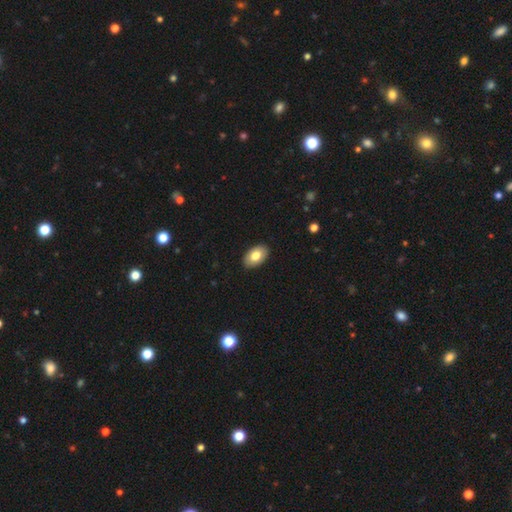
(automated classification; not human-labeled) The model was most divided on "smooth or featured": smooth: 78%, featured or disk: 15%, star or artifact: 7%. More confident: how rounded — in between (92%); merging — none (90%).